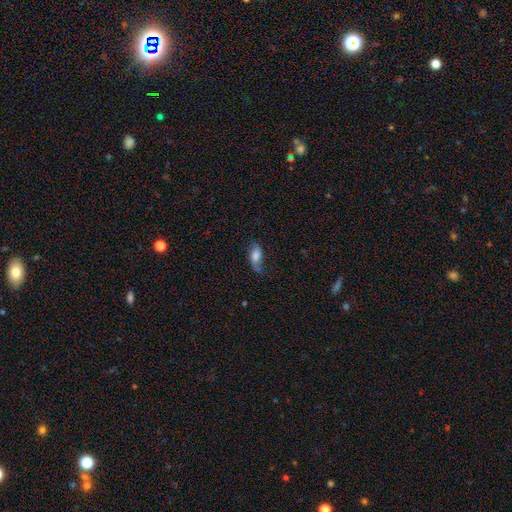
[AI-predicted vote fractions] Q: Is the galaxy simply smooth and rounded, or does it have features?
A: smooth — 66%.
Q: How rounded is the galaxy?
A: in between — 85%.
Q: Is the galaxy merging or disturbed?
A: none — 56%.